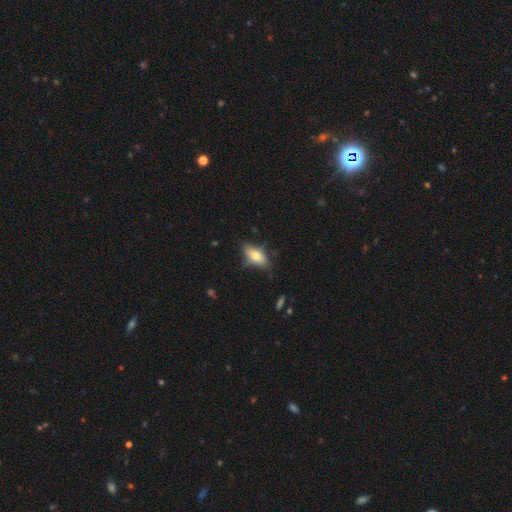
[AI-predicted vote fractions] smooth_or_featured: smooth (p=0.69) [alt: featured or disk p=0.23]
how_rounded: in between (p=0.83) [alt: cigar-shaped p=0.13]
merging: none (p=0.71) [alt: minor disturbance p=0.22]